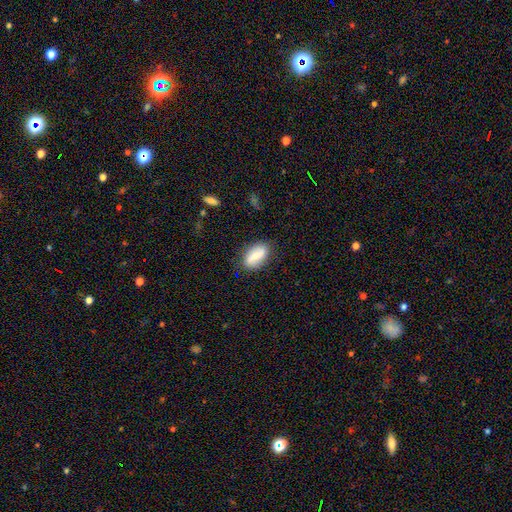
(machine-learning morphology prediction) smooth 65%, featured or disk 28%, star or artifact 7%. Down the decision tree: how rounded — in between (89%); merging — none (80%).